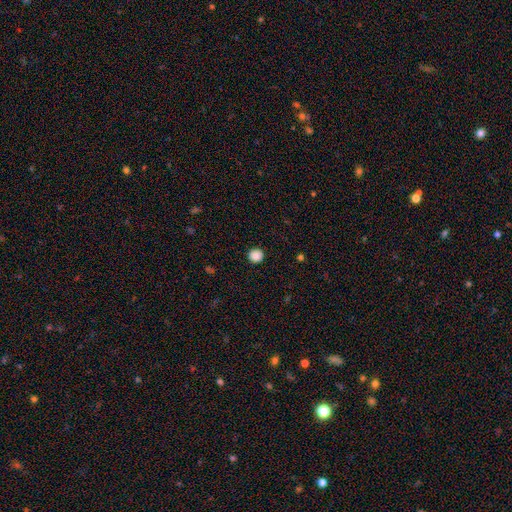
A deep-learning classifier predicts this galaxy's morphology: smooth-or-featured: smooth: 87% | star or artifact: 10% | featured or disk: 3%
  how-rounded: round: 95% | in between: 4% | cigar-shaped: 1%
  merging: none: 92% | minor disturbance: 5% | major disturbance: 2% | merger: 1%